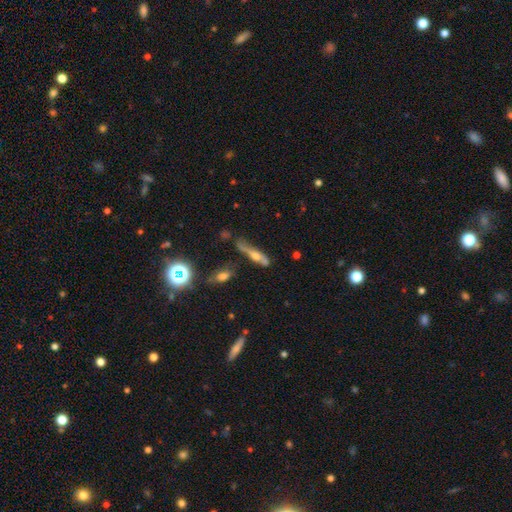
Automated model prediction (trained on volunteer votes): A featured or disk galaxy (47%).

Vote fractions:
- Smooth or featured? featured or disk: 47% / smooth: 38% / star or artifact: 15%
- Merging? none: 49% / minor disturbance: 25% / major disturbance: 15% / merger: 11%